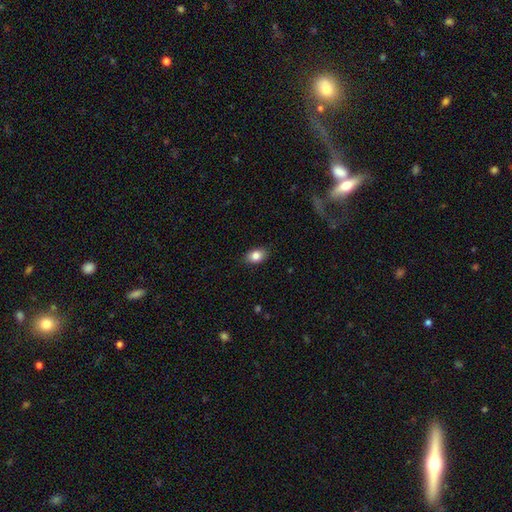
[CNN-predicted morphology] This appears to be a smooth galaxy with no disk features (84%) that is in between round and cigar-shaped (81%). Merging: none (86%).